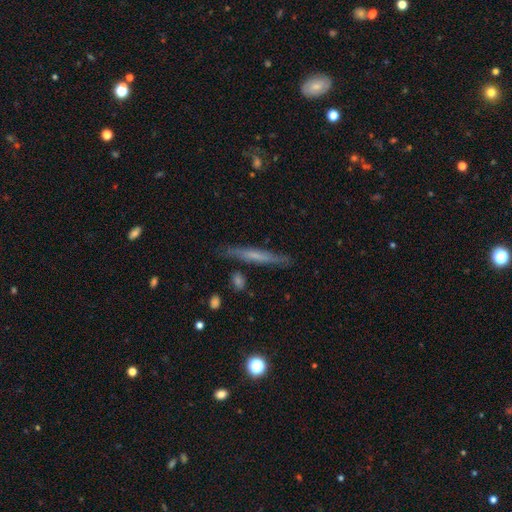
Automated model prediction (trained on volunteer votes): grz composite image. It shows a featured or disk galaxy (47%). Merging: none (84%).